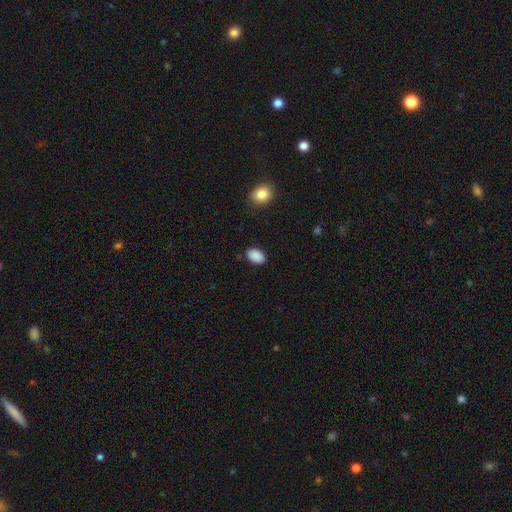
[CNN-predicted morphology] A smooth galaxy with no disk features (90%) that is in between round and cigar-shaped (87%).

Vote fractions:
- Smooth or featured? smooth: 90% / star or artifact: 8% / featured or disk: 3%
- How rounded? in between: 87% / round: 12% / cigar-shaped: 1%
- Merging? none: 86% / minor disturbance: 10% / major disturbance: 2% / merger: 1%